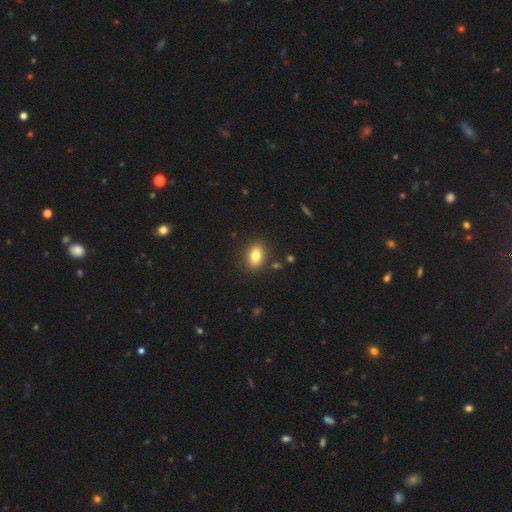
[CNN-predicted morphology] This is clearly a smooth galaxy (82%). How rounded: likely in between (78%). Merging: clearly none (86%).